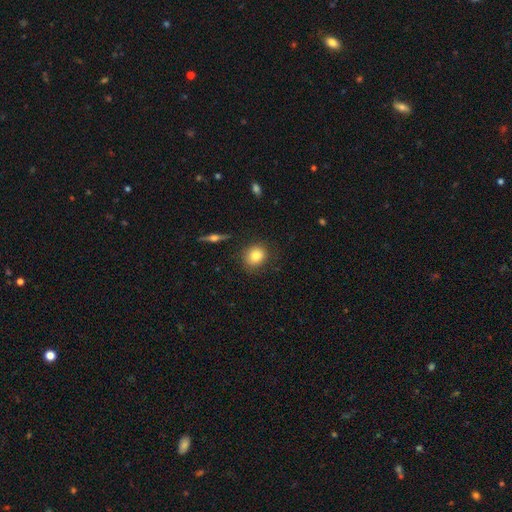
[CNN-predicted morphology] Smooth or featured?
  - smooth: 79% *
  - featured or disk: 11%
  - star or artifact: 9%
How rounded?
  - round: 77% *
  - in between: 21%
  - cigar-shaped: 1%
Merging?
  - none: 85% *
  - minor disturbance: 10%
  - major disturbance: 3%
  - merger: 2%